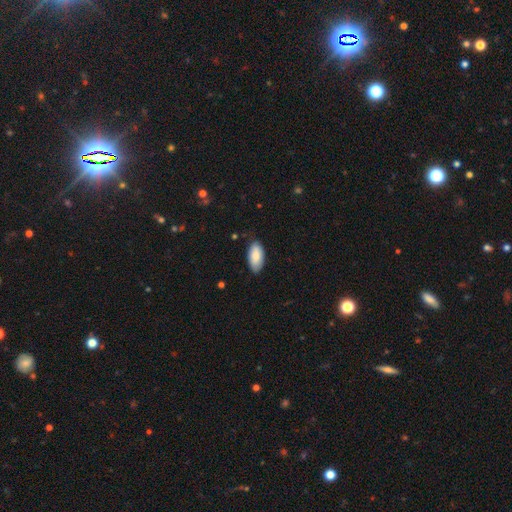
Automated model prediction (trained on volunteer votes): This is clearly a smooth galaxy (84%). How rounded: clearly in between (94%). Merging: likely none (79%).